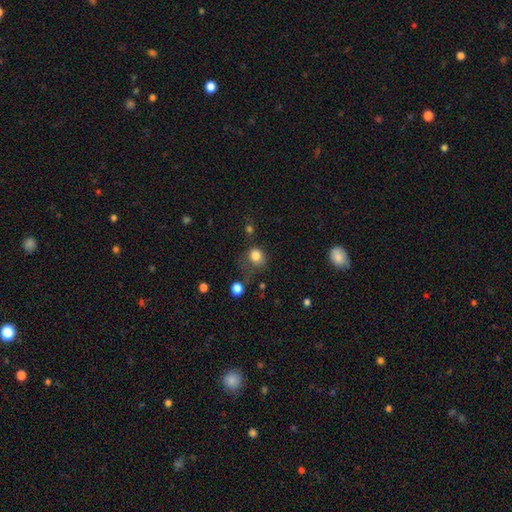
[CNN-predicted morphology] smooth-or-featured: smooth: 81% | star or artifact: 12% | featured or disk: 7%
  how-rounded: round: 72% | in between: 27% | cigar-shaped: 1%
  merging: none: 48% | minor disturbance: 26% | major disturbance: 20% | merger: 6%